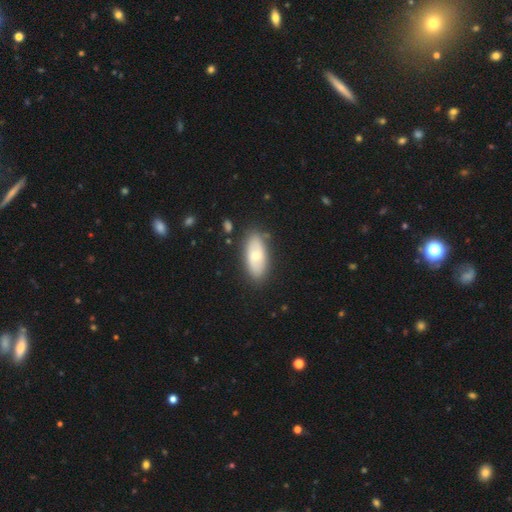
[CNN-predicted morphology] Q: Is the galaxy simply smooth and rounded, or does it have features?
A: smooth — 65%.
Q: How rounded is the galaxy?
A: in between — 89%.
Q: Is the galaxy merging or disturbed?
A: none — 82%.